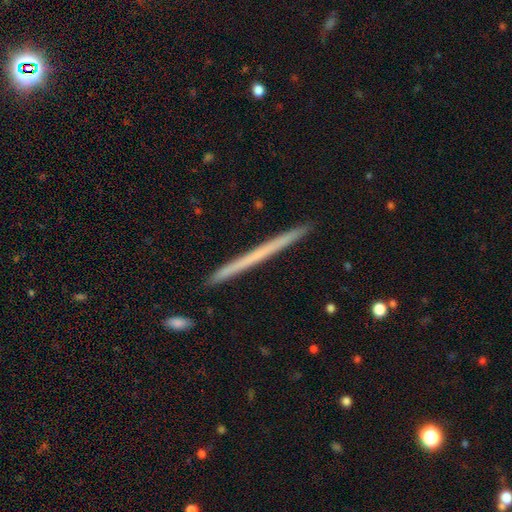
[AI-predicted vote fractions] The model was most divided on "smooth or featured": featured or disk: 55%, smooth: 38%, star or artifact: 7%. More confident: edge-on disk — yes (98%); merging — none (92%); edge-on bulge — none (89%).